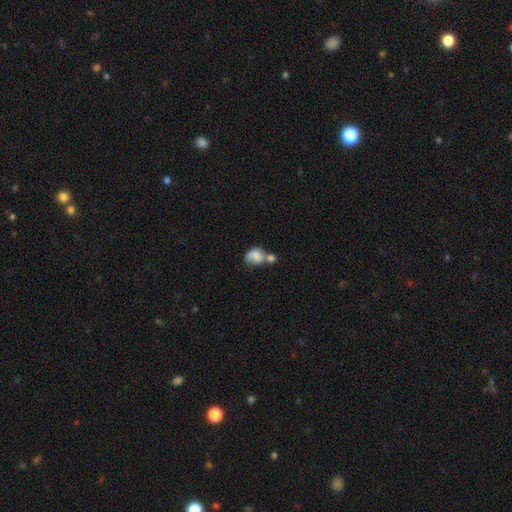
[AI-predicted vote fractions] Smooth or featured?
  - smooth: 73% *
  - featured or disk: 19%
  - star or artifact: 9%
How rounded?
  - in between: 51% *
  - round: 47%
  - cigar-shaped: 1%
Merging?
  - merger: 53% *
  - none: 22%
  - minor disturbance: 15%
  - major disturbance: 10%